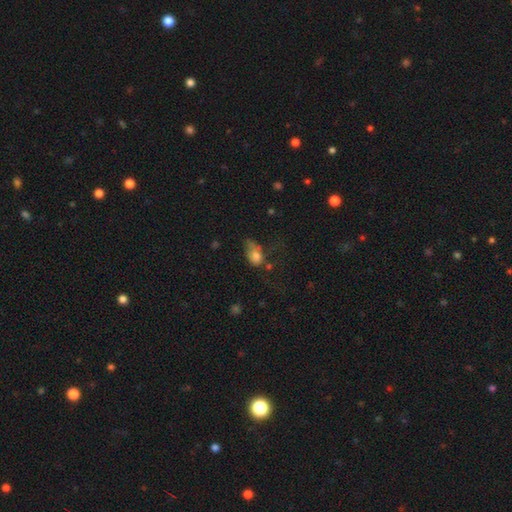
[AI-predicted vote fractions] This is likely a smooth galaxy (73%). How rounded: likely in between (78%). Merging: marginally major disturbance (41%).